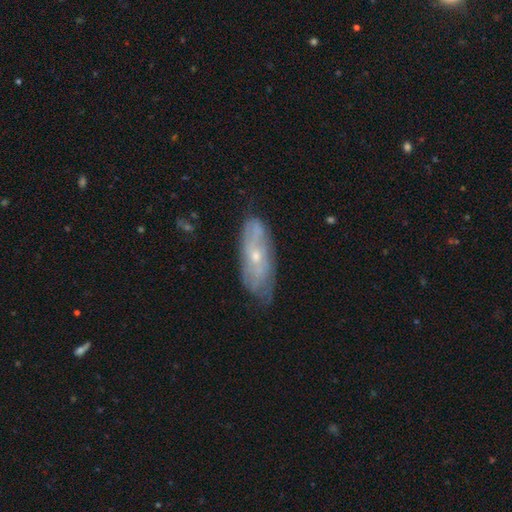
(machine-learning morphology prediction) Smooth or featured? Predicted: featured or disk (p=0.63). Edge-on disk? Predicted: no (p=0.82). Bar? Predicted: no (p=0.78). Spiral arms? Predicted: yes (p=0.64). Bulge size? Predicted: small (p=0.63). Merging? Predicted: none (p=0.63).